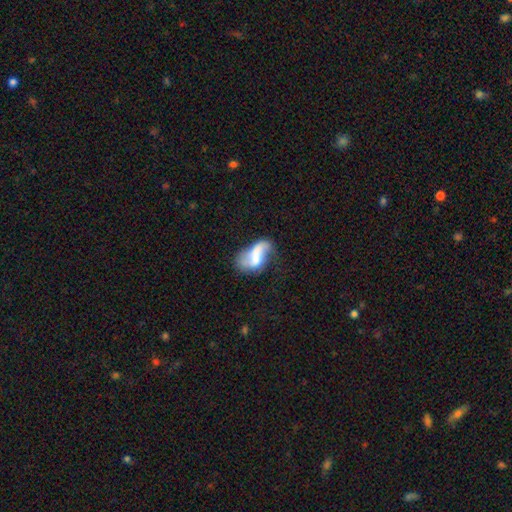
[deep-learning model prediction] Smooth or featured? Predicted: featured or disk (p=0.53). Edge-on disk? Predicted: no (p=0.96). Bar? Predicted: no (p=0.45). Spiral arms? Predicted: yes (p=0.69). Bulge size? Predicted: none (p=0.34). Merging? Predicted: none (p=0.33).